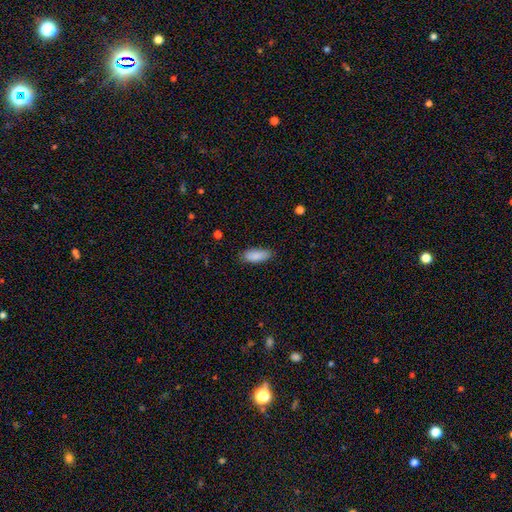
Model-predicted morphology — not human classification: Q: Smooth or featured?
A: smooth (89%); runner-up: star or artifact (6%)
Q: How rounded?
A: in between (79%); runner-up: cigar-shaped (19%)
Q: Merging?
A: none (83%); runner-up: minor disturbance (14%)